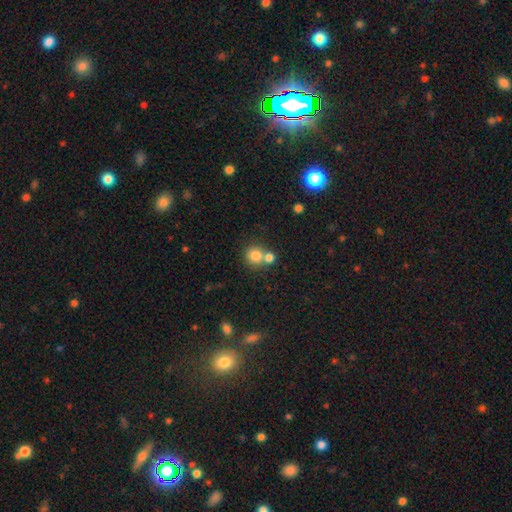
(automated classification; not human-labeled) Morphology: type=smooth (80%); roundness=round (89%); merging=none (49%).